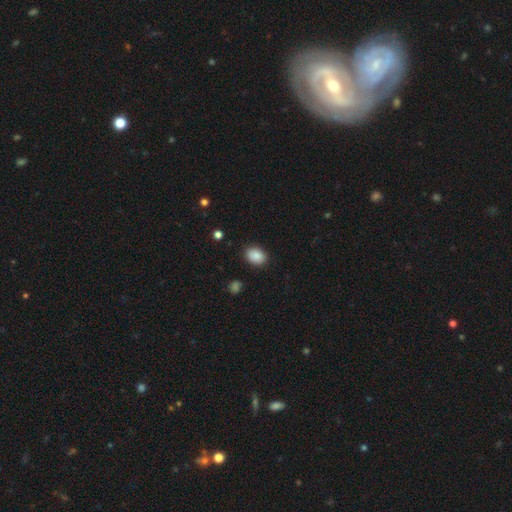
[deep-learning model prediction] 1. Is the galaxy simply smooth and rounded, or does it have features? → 87% smooth, 8% star or artifact, 4% featured or disk.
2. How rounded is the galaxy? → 70% in between, 29% round, 1% cigar-shaped.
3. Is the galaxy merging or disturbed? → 87% none, 9% minor disturbance, 2% major disturbance, 1% merger.